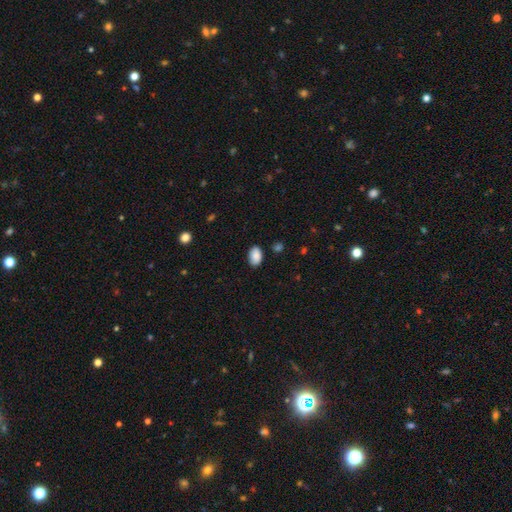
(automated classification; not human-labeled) Q: Smooth or featured?
A: smooth (89%); runner-up: star or artifact (7%)
Q: How rounded?
A: in between (90%); runner-up: round (9%)
Q: Merging?
A: none (84%); runner-up: minor disturbance (12%)